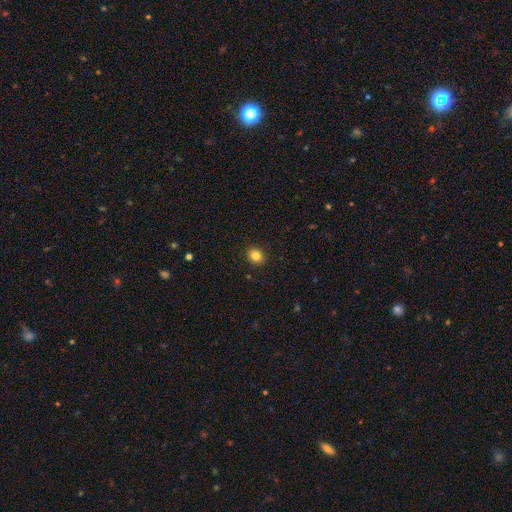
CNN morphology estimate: This is clearly a smooth galaxy (83%). How rounded: likely round (74%). Merging: clearly none (91%).